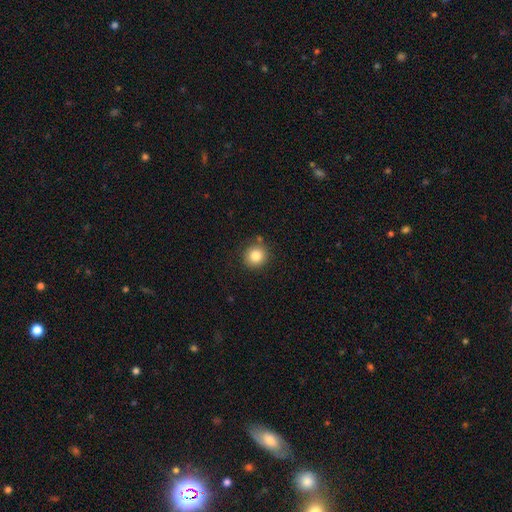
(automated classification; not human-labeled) Q: Smooth or featured?
A: smooth (83%); runner-up: star or artifact (11%)
Q: How rounded?
A: round (90%); runner-up: in between (9%)
Q: Merging?
A: none (84%); runner-up: minor disturbance (9%)